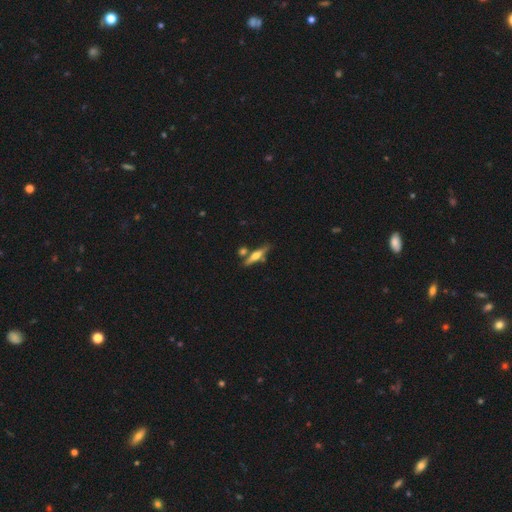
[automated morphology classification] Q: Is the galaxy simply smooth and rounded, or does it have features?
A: featured or disk — 61%.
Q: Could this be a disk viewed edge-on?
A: yes — 95%.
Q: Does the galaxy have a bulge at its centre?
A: rounded — 87%.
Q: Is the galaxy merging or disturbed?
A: none — 74%.